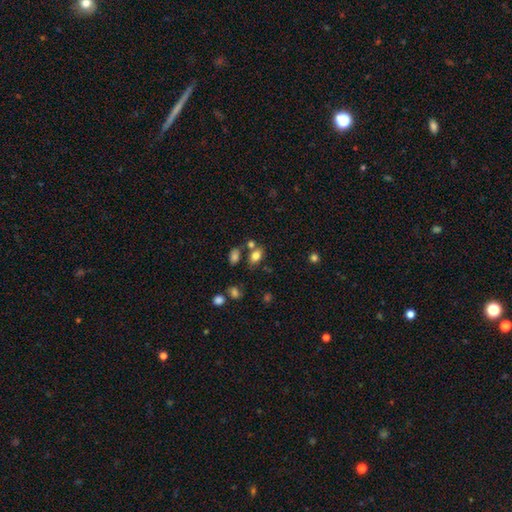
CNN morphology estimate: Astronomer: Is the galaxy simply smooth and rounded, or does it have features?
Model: smooth — 79%.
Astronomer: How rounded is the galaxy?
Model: in between — 84%.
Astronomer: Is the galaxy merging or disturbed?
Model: none — 62%.